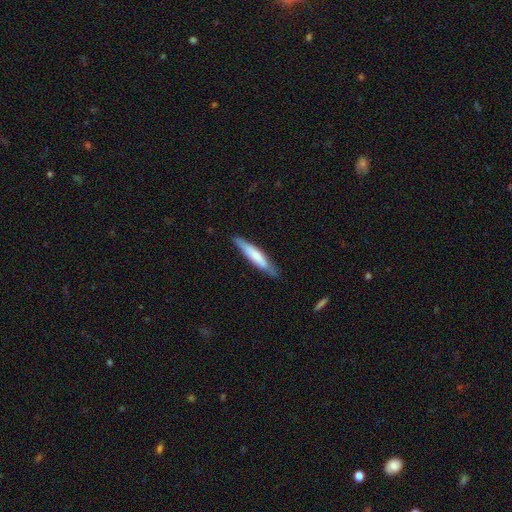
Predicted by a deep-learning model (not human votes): Smooth or featured? smooth (63%)
How rounded? cigar-shaped (86%)
Merging? none (76%)